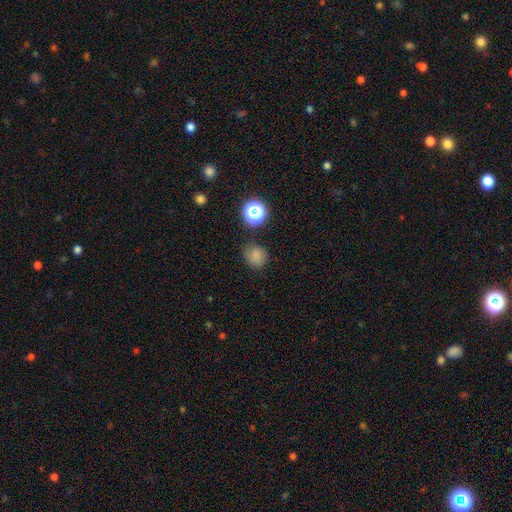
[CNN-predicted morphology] Smooth or featured: smooth — 76% (star or artifact — 17%)
How rounded: round — 75% (in between — 24%)
Merging: none — 70% (minor disturbance — 20%)